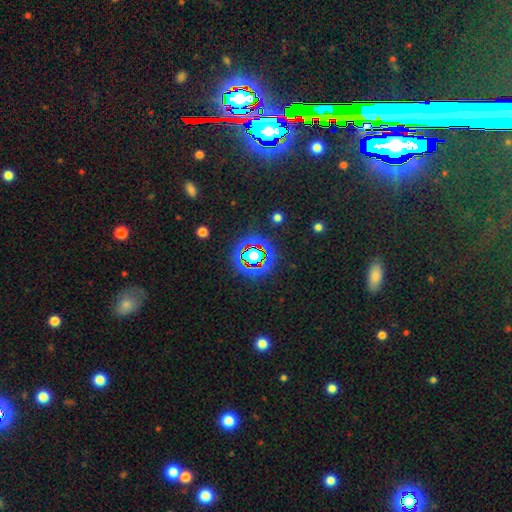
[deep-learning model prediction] A star or artifact, not a galaxy (69%).

Vote fractions:
- Smooth or featured? star or artifact: 69% / smooth: 20% / featured or disk: 11%